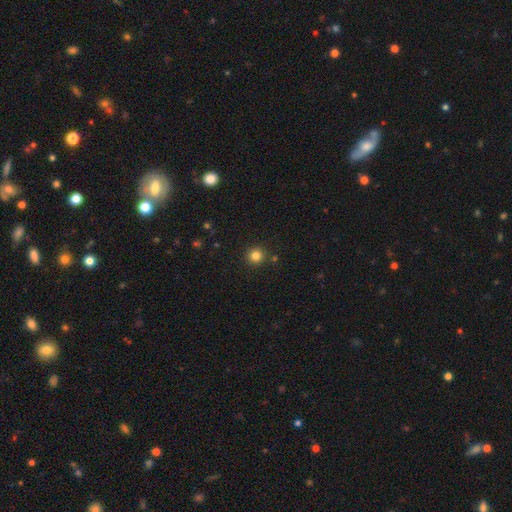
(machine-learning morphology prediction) smooth_or_featured: smooth (p=0.83) [alt: star or artifact p=0.13]
how_rounded: round (p=0.94) [alt: in between p=0.05]
merging: none (p=0.89) [alt: minor disturbance p=0.06]